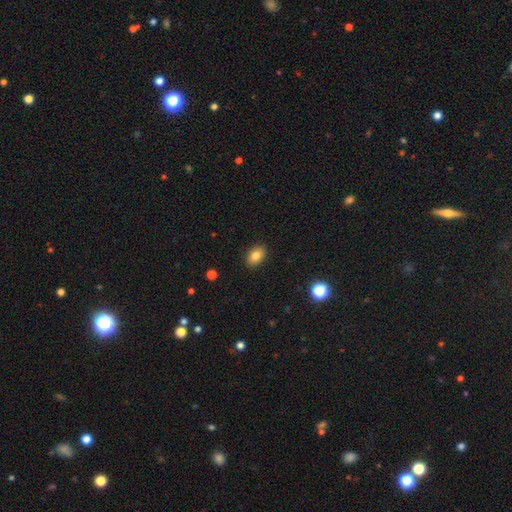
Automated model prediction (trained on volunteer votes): This is clearly a smooth galaxy (82%). How rounded: clearly in between (82%). Merging: clearly none (90%).